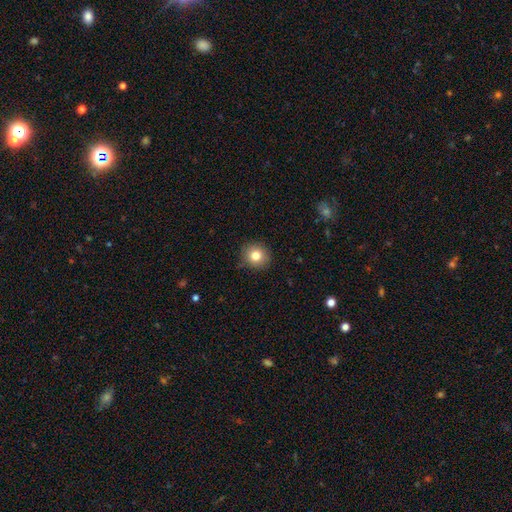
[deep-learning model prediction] A smooth galaxy with no disk features (81%) that is round (88%). Merging: none (88%).